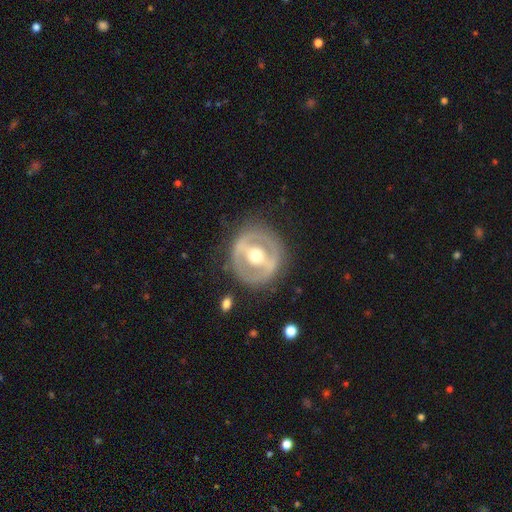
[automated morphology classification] This appears to be a featured or disk galaxy (73%) with a strong bar (54%), no spiral arms (75%) and a moderate central bulge (75%). Merging: none (82%).